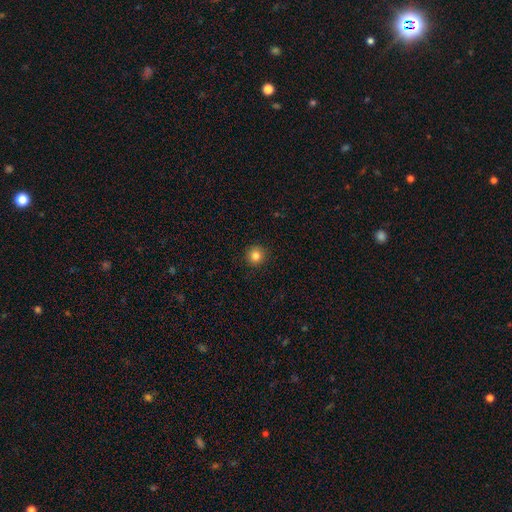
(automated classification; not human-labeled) Morphology: type=smooth (83%); roundness=round (95%); merging=none (93%).